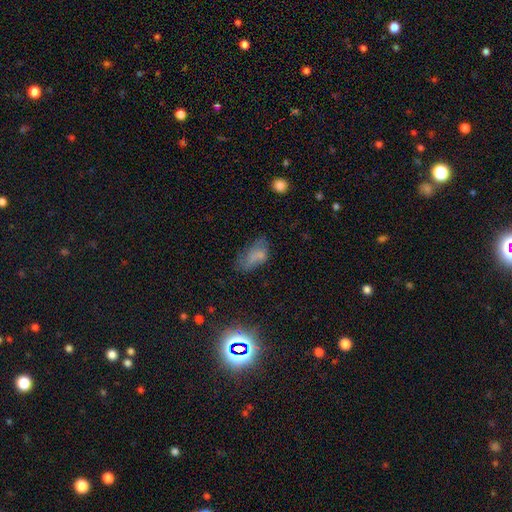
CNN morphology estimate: Smooth or featured? Predicted: smooth (p=0.63). How rounded? Predicted: in between (p=0.89). Merging? Predicted: none (p=0.43).